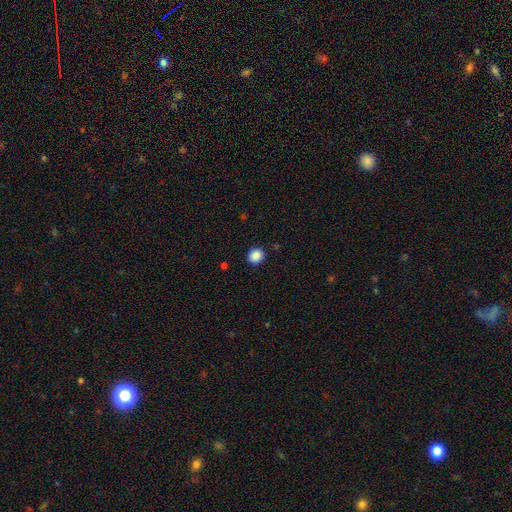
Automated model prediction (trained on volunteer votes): This appears to be a smooth galaxy with no disk features (88%) that is round (86%). Merging: none (91%).